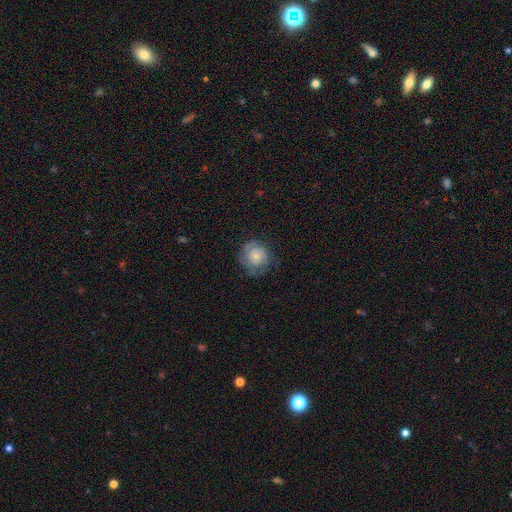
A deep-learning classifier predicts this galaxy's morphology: Smooth or featured? smooth (50%)
How rounded? round (86%)
Merging? none (68%)